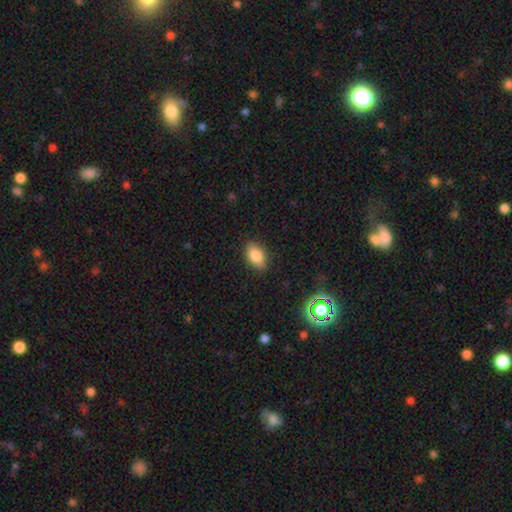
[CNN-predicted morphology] This is clearly a smooth galaxy (83%). How rounded: clearly in between (89%). Merging: clearly none (84%).